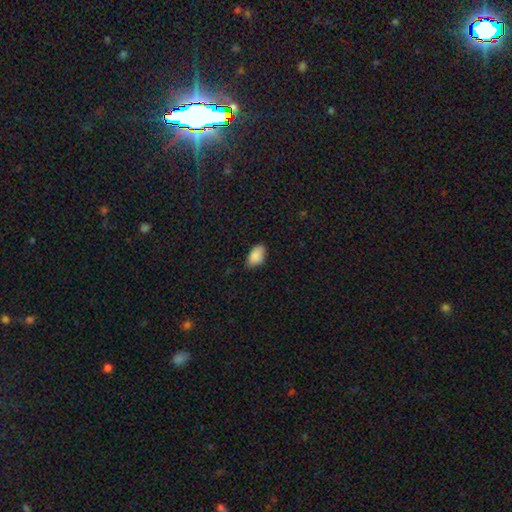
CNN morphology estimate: This appears to be a smooth galaxy with no disk features (89%) that is in between round and cigar-shaped (93%). Merging: none (76%).